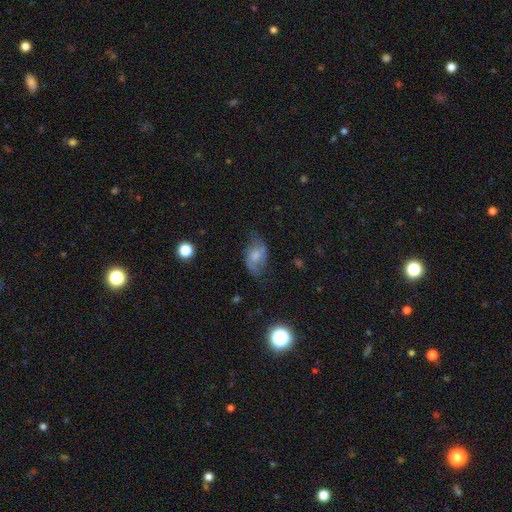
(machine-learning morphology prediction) type=smooth (51%); roundness=in between (88%); merging=none (52%).